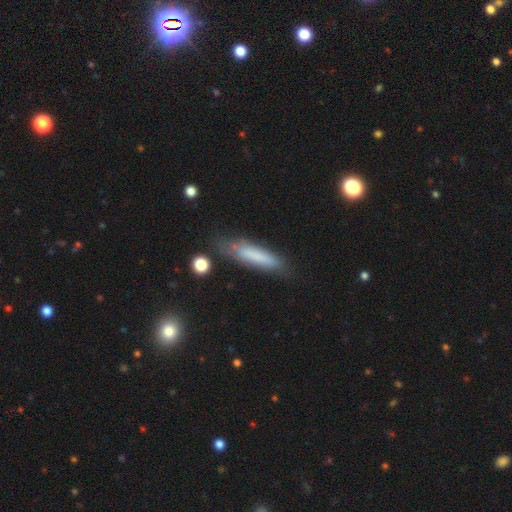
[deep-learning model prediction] smooth-or-featured: smooth: 71% | featured or disk: 22% | star or artifact: 7%
  how-rounded: cigar-shaped: 81% | in between: 17% | round: 2%
  merging: none: 67% | minor disturbance: 22% | major disturbance: 7% | merger: 4%